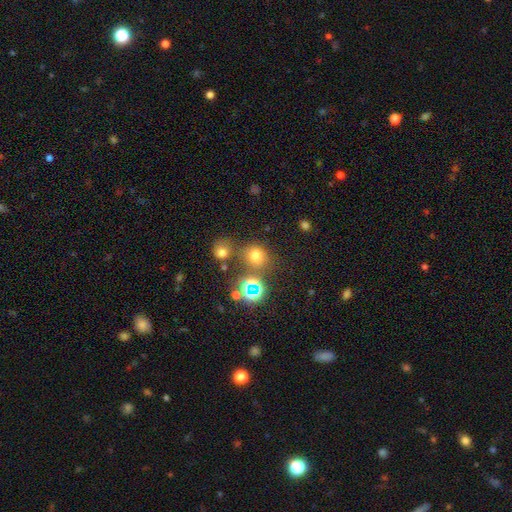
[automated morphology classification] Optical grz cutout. It shows a smooth galaxy with no disk features (68%) that is round (79%). Merging: none (71%).